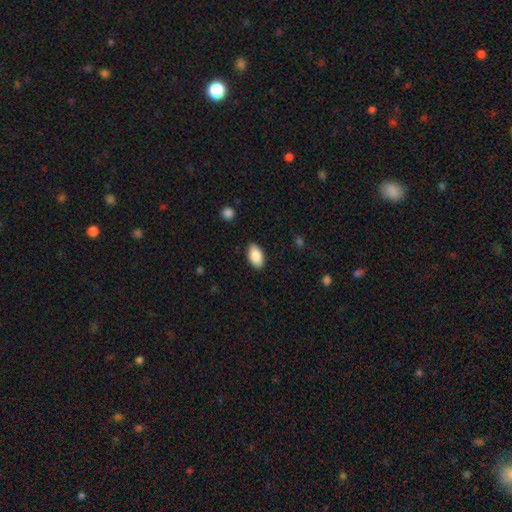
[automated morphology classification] type=smooth (86%); roundness=in between (94%); merging=none (88%).